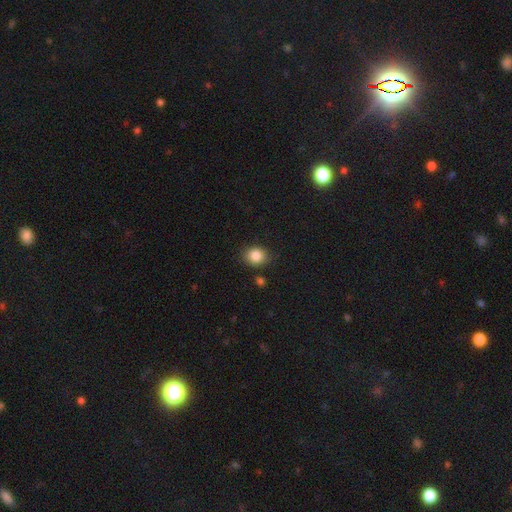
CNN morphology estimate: Smooth or featured?
  - smooth: 86% *
  - star or artifact: 9%
  - featured or disk: 5%
How rounded?
  - round: 62% *
  - in between: 37%
  - cigar-shaped: 1%
Merging?
  - none: 83% *
  - minor disturbance: 11%
  - merger: 3%
  - major disturbance: 3%